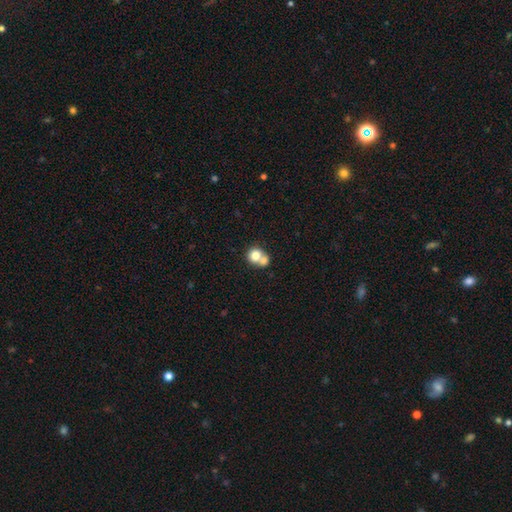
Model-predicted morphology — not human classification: Overall: smooth (76%). How rounded: round (78%). Merging: merger (59%; none 31%).